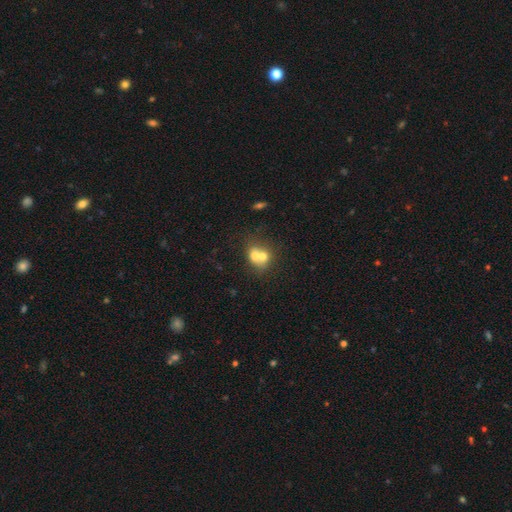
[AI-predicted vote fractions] smooth_or_featured: smooth (p=0.64) [alt: featured or disk p=0.25]
how_rounded: round (p=0.64) [alt: in between p=0.35]
merging: merger (p=0.67) [alt: none p=0.24]